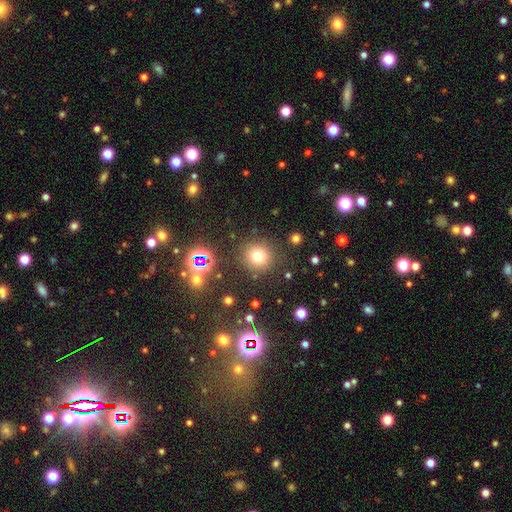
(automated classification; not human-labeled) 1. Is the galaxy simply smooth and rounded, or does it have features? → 62% smooth, 30% star or artifact, 8% featured or disk.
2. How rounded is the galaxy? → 93% round, 6% in between, 1% cigar-shaped.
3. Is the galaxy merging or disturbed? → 88% none, 6% minor disturbance, 3% major disturbance, 2% merger.